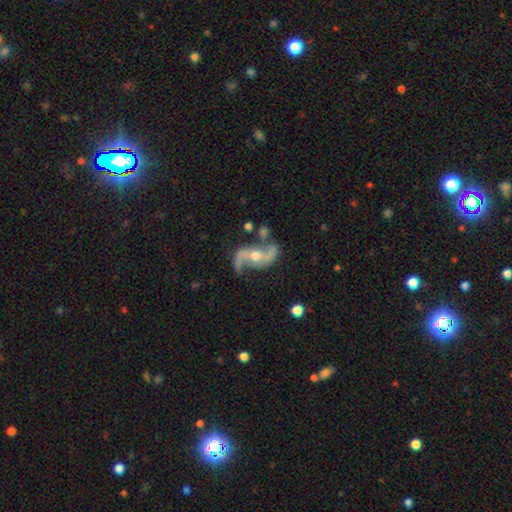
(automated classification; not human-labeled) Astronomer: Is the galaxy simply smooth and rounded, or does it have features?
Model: featured or disk — 90%.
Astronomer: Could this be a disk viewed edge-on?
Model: no — 96%.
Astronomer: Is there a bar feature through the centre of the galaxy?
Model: no — 50% (runner-up: weak, 29%).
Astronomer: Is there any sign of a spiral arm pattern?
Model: yes — 96%.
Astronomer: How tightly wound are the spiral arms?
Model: loose — 72%.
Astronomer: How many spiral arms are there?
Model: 2 — 93%.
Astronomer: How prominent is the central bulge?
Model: moderate — 69%.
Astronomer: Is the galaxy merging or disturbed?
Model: none — 67%.